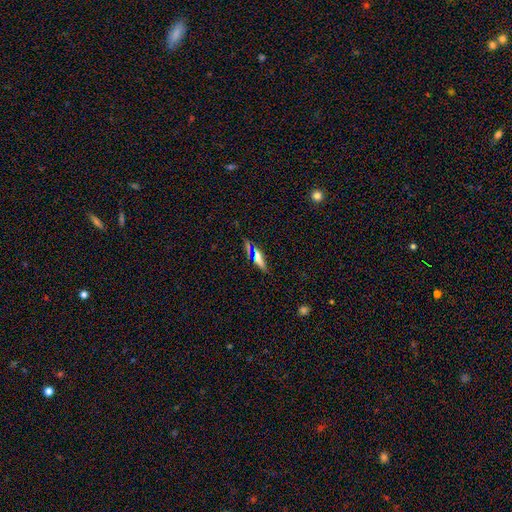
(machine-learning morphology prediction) Q: Smooth or featured?
A: smooth (53%); runner-up: featured or disk (29%)
Q: How rounded?
A: cigar-shaped (63%); runner-up: in between (31%)
Q: Merging?
A: none (82%); runner-up: minor disturbance (11%)